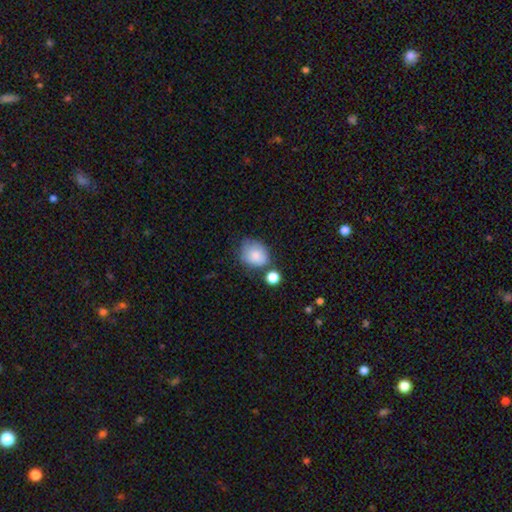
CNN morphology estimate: This appears to be a smooth galaxy with no disk features (83%) that is round (53%). Merging: none (51%).